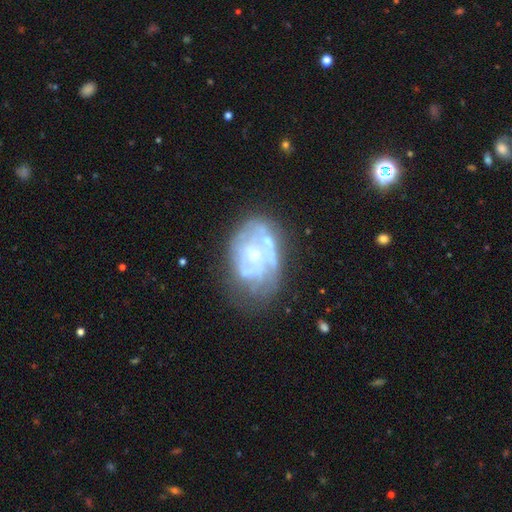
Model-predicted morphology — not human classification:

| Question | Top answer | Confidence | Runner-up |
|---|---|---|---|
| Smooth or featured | featured or disk | 77% | smooth (15%) |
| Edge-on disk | no | 97% | yes (3%) |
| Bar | no | 75% | weak (21%) |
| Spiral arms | yes | 65% | no (35%) |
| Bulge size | moderate | 42% | small (41%) |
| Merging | none | 48% | minor disturbance (24%) |